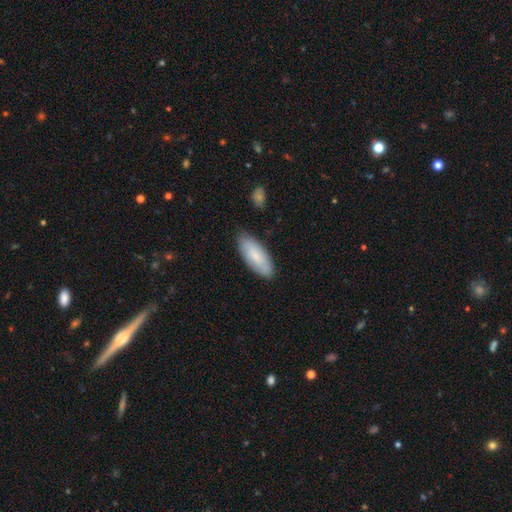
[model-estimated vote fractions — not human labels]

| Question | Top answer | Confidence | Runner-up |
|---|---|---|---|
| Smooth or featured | smooth | 73% | featured or disk (22%) |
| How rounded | in between | 81% | cigar-shaped (17%) |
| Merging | none | 82% | minor disturbance (14%) |